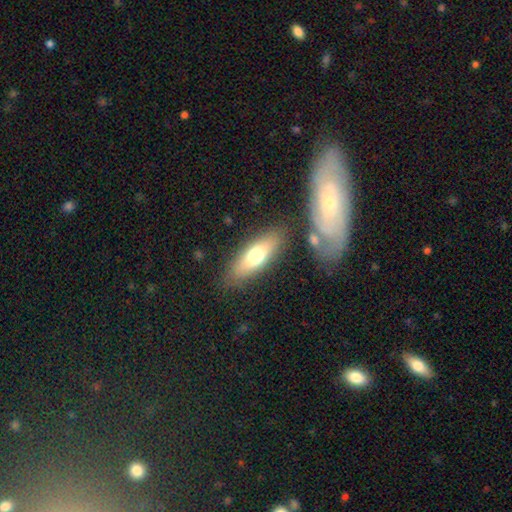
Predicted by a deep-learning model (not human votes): A smooth galaxy with no disk features (65%) that is in between round and cigar-shaped (59%). Merging: none (80%).